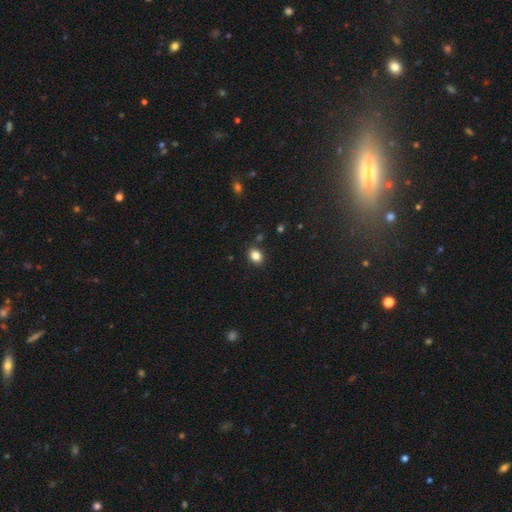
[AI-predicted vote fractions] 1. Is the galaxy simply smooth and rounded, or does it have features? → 84% smooth, 11% star or artifact, 5% featured or disk.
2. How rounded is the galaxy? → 64% in between, 35% round, 1% cigar-shaped.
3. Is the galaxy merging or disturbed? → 84% none, 10% minor disturbance, 3% merger, 2% major disturbance.